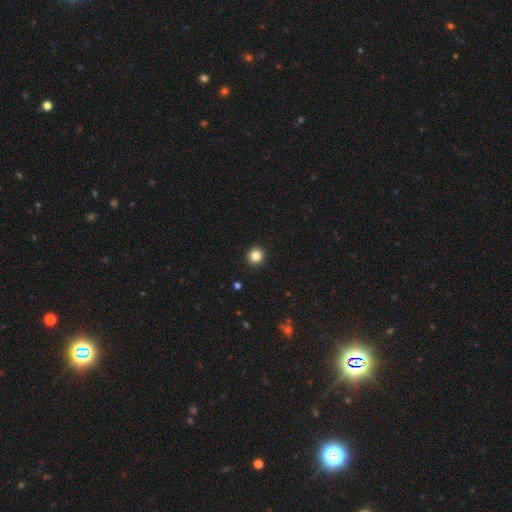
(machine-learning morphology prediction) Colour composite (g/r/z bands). It shows a smooth galaxy with no disk features (85%) that is round (90%). Merging: none (93%).